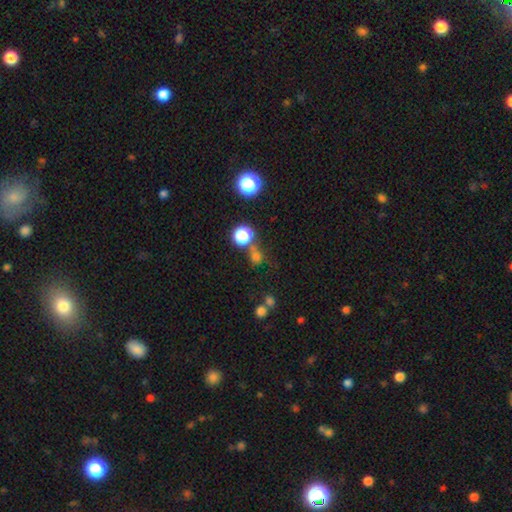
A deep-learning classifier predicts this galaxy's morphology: smooth_or_featured: smooth (p=0.60) [alt: star or artifact p=0.32]
how_rounded: round (p=0.84) [alt: in between p=0.14]
merging: none (p=0.60) [alt: merger p=0.24]